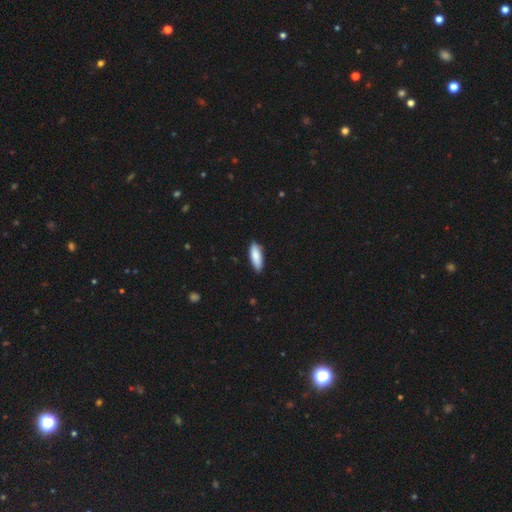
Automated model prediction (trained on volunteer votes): Smooth or featured: smooth — 86% (featured or disk — 9%)
How rounded: in between — 64% (cigar-shaped — 35%)
Merging: none — 85% (minor disturbance — 12%)